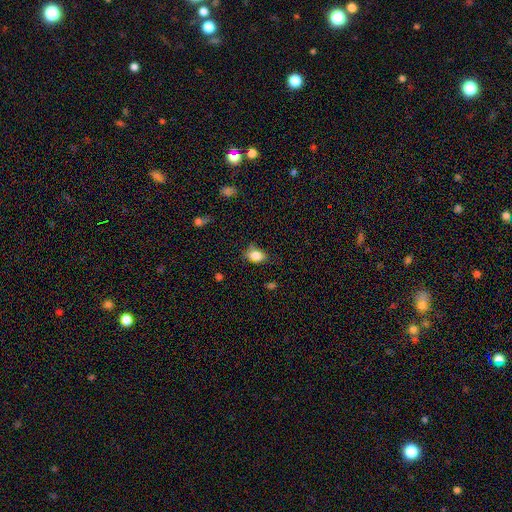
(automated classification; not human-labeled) smooth 84%, star or artifact 9%, featured or disk 7%. Down the decision tree: how rounded — in between (81%); merging — none (70%).